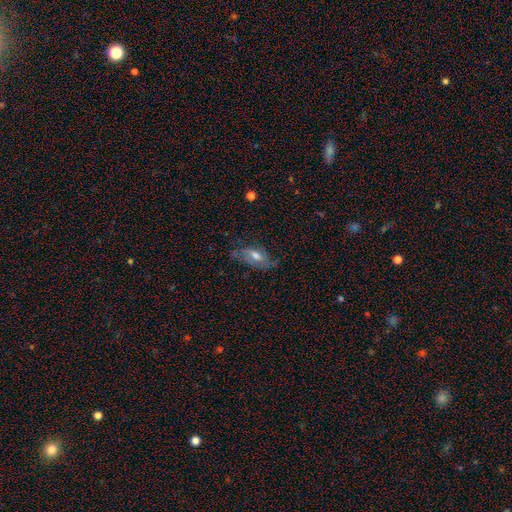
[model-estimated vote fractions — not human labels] smooth-or-featured: featured or disk: 54% | smooth: 38% | star or artifact: 8%
  disk-edge-on: no: 84% | yes: 16%
  merging: none: 57% | minor disturbance: 26% | major disturbance: 15% | merger: 2%